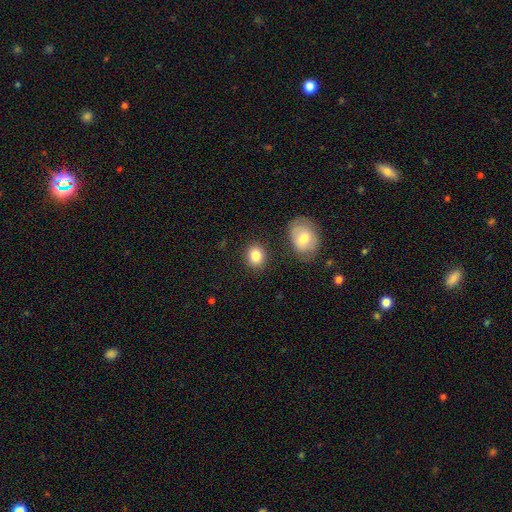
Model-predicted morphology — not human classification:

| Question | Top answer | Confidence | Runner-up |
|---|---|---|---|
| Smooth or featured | smooth | 84% | star or artifact (9%) |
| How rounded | round | 60% | in between (39%) |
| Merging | none | 81% | minor disturbance (10%) |